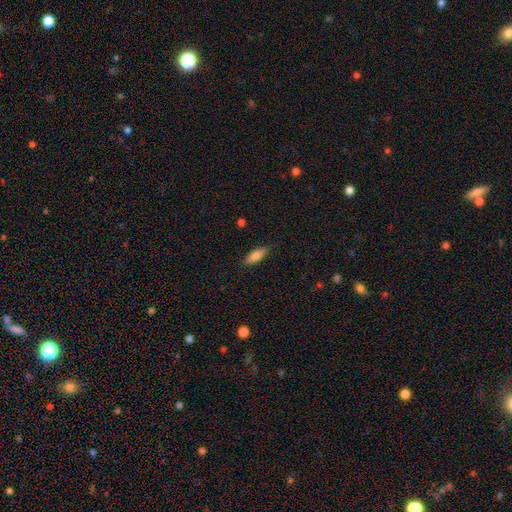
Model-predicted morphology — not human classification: smooth-or-featured: smooth: 79% | featured or disk: 15% | star or artifact: 7%
  how-rounded: in between: 56% | cigar-shaped: 42% | round: 2%
  merging: none: 86% | minor disturbance: 11% | major disturbance: 2% | merger: 1%